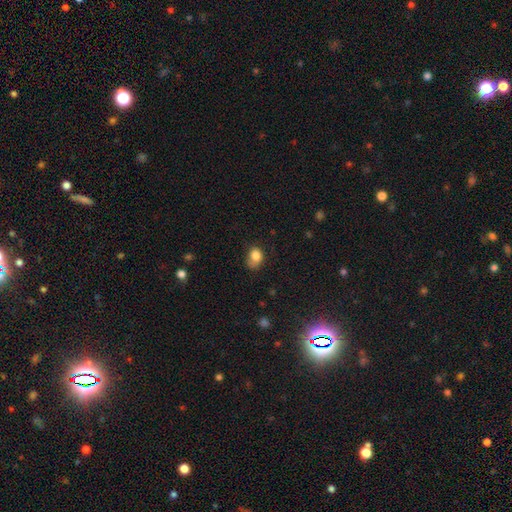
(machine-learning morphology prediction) smooth_or_featured: smooth (p=0.82) [alt: star or artifact p=0.10]
how_rounded: in between (p=0.60) [alt: round p=0.39]
merging: none (p=0.48) [alt: minor disturbance p=0.35]